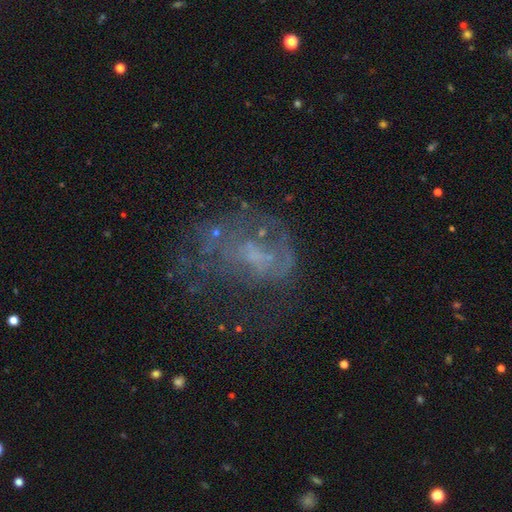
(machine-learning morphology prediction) Q: Smooth or featured?
A: featured or disk (58%); runner-up: smooth (22%)
Q: Edge-on disk?
A: no (97%); runner-up: yes (3%)
Q: Bar?
A: no (78%); runner-up: weak (18%)
Q: Spiral arms?
A: no (67%); runner-up: yes (33%)
Q: Bulge size?
A: none (46%); runner-up: small (34%)
Q: Merging?
A: major disturbance (39%); runner-up: none (38%)